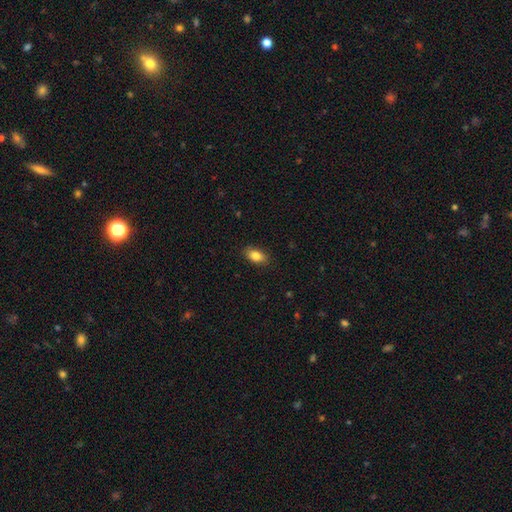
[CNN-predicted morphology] Smooth or featured? Predicted: smooth (p=0.84). How rounded? Predicted: in between (p=0.88). Merging? Predicted: none (p=0.87).